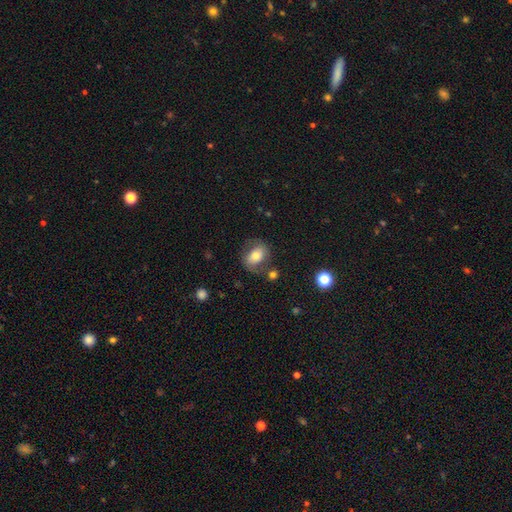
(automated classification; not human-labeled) smooth 59%, featured or disk 32%, star or artifact 9%. Down the decision tree: how rounded — in between (67%); merging — none (64%).